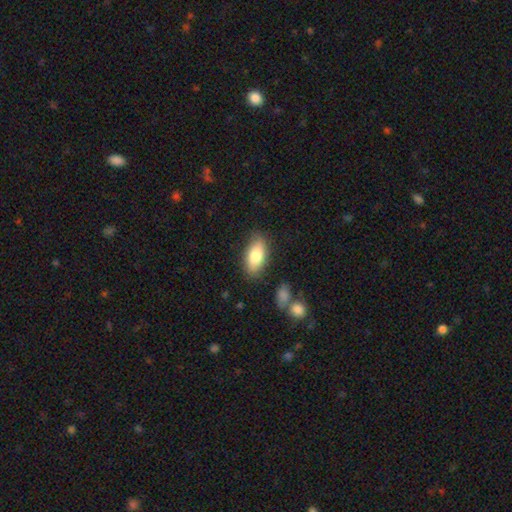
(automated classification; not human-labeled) Overall: smooth (81%). How rounded: in between (89%). Merging: none (83%).